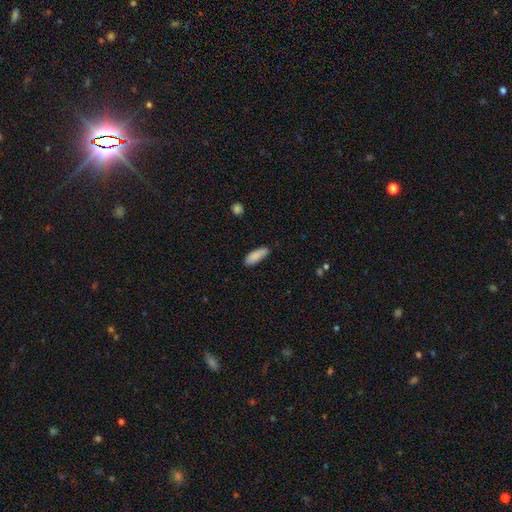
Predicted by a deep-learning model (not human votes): Smooth or featured: smooth — 87% (featured or disk — 6%)
How rounded: in between — 64% (cigar-shaped — 34%)
Merging: none — 82% (minor disturbance — 14%)